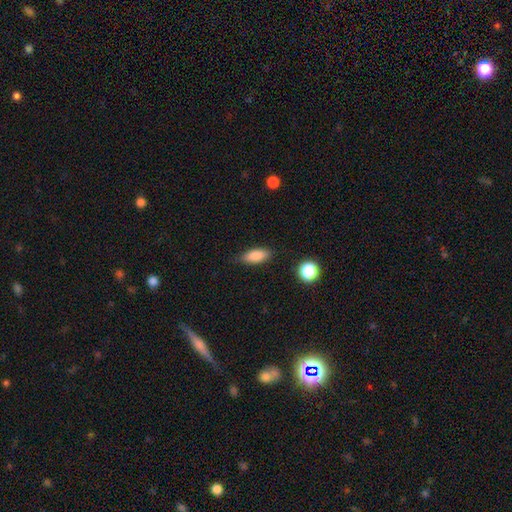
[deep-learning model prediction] smooth-or-featured: smooth: 85% | star or artifact: 8% | featured or disk: 7%
  how-rounded: in between: 78% | cigar-shaped: 18% | round: 3%
  merging: none: 80% | minor disturbance: 15% | major disturbance: 3% | merger: 2%